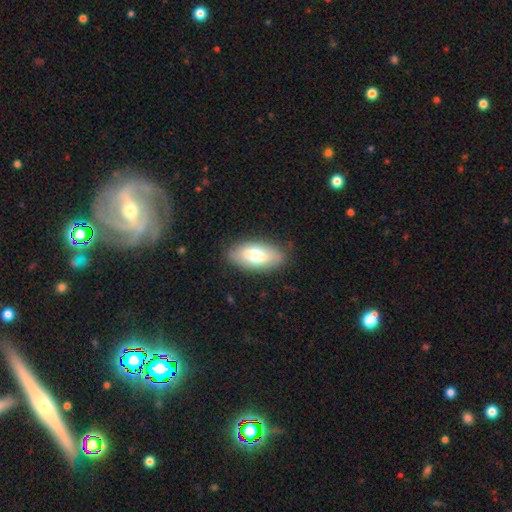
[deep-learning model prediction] Smooth or featured?
  - smooth: 67% *
  - featured or disk: 26%
  - star or artifact: 7%
How rounded?
  - in between: 90% *
  - cigar-shaped: 7%
  - round: 3%
Merging?
  - none: 84% *
  - minor disturbance: 12%
  - major disturbance: 3%
  - merger: 1%